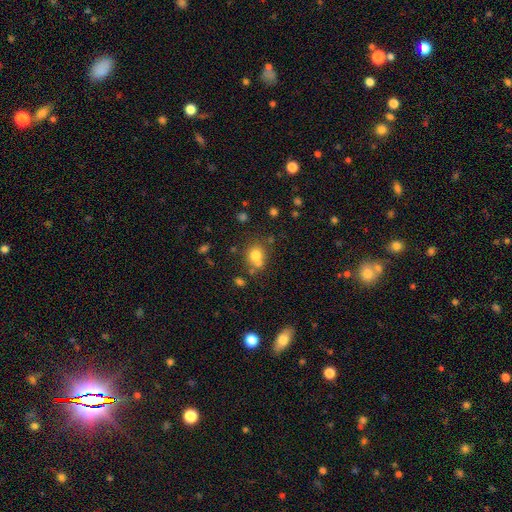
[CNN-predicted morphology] Overall: smooth (74%). How rounded: round (68%; in between 31%). Merging: none (50%; merger 30%).